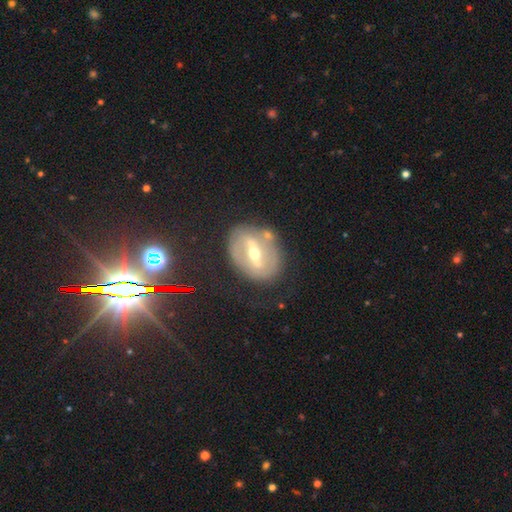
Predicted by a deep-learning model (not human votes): featured or disk 73%, smooth 15%, star or artifact 11%. Down the decision tree: edge-on disk — no (85%); bar — strong (70%); spiral arms — no (54%); bulge size — moderate (60%); merging — none (76%).